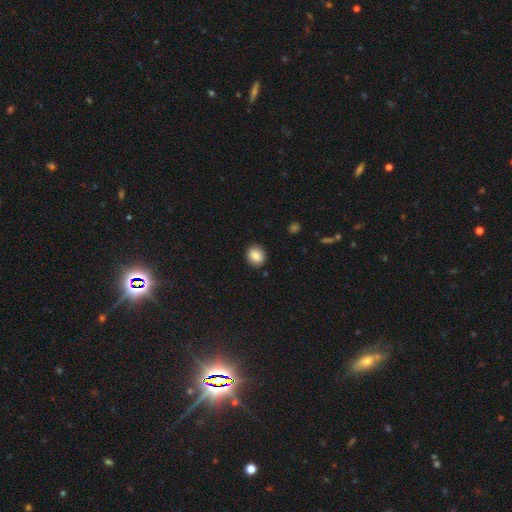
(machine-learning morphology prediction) smooth 86%, star or artifact 9%, featured or disk 5%. Down the decision tree: how rounded — round (67%); merging — none (88%).